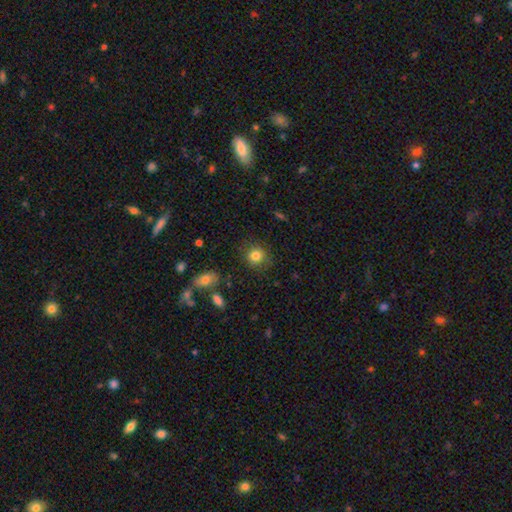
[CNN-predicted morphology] smooth_or_featured: smooth (p=0.82) [alt: star or artifact p=0.10]
how_rounded: round (p=0.84) [alt: in between p=0.15]
merging: none (p=0.82) [alt: minor disturbance p=0.12]